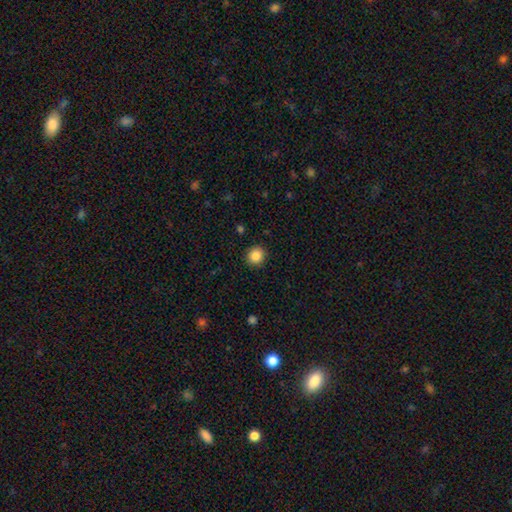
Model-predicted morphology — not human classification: This appears to be a smooth galaxy with no disk features (86%) that is round (90%). Merging: none (91%).